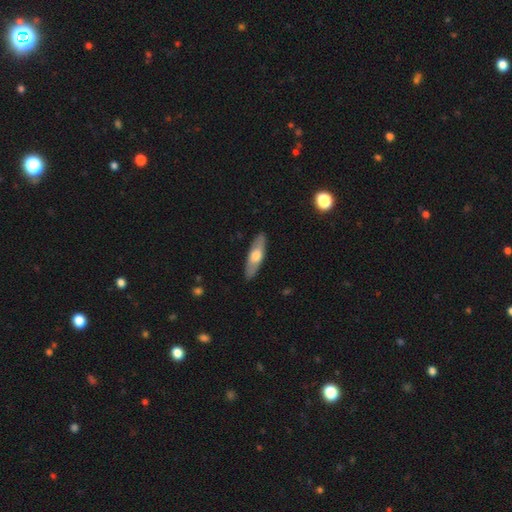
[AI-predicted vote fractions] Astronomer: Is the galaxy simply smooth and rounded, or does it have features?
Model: smooth — 55% (runner-up: featured or disk, 40%).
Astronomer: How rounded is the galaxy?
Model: cigar-shaped — 56% (runner-up: in between, 42%).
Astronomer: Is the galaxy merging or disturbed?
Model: none — 89%.